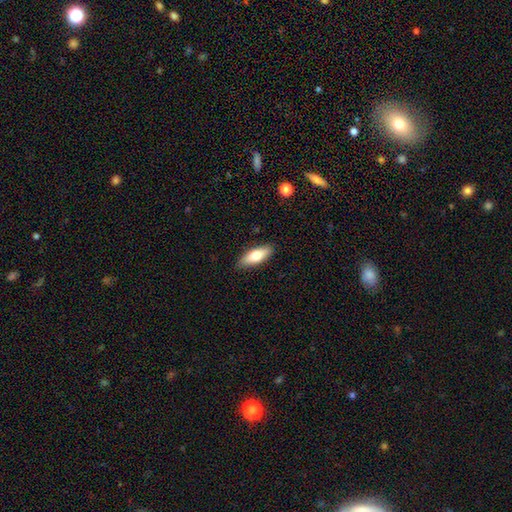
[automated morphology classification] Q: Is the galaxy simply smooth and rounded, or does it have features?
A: smooth — 71%.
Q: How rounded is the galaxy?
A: in between — 69%.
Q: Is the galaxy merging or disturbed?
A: none — 88%.